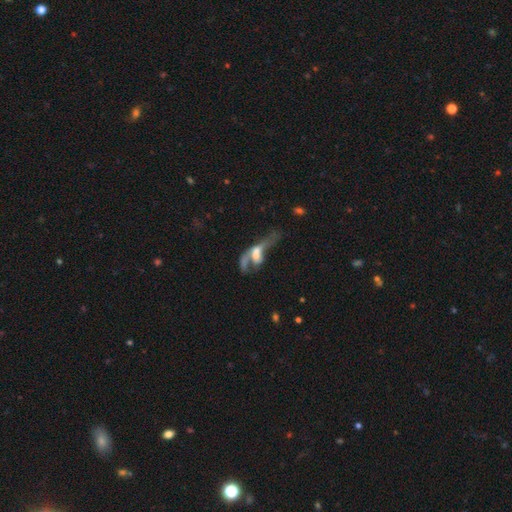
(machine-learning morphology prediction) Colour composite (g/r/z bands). It shows a featured or disk galaxy (54%). Merging: merger (60%).